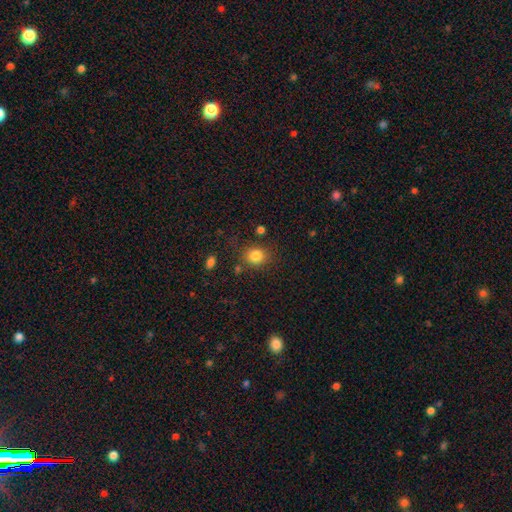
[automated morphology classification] Smooth or featured? Predicted: smooth (p=0.83). How rounded? Predicted: round (p=0.72). Merging? Predicted: none (p=0.78).